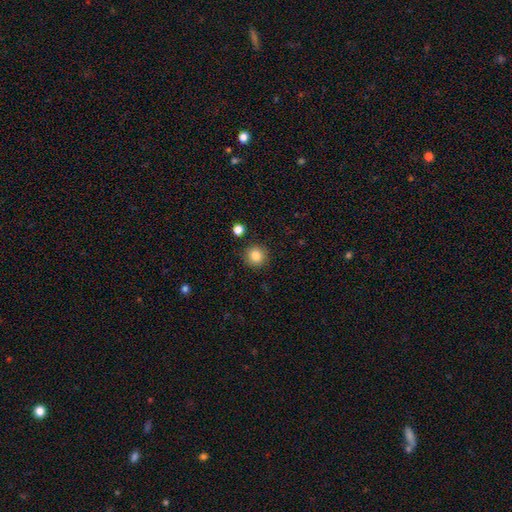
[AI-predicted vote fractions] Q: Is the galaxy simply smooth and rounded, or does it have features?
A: smooth — 83%.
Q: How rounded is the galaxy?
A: round — 93%.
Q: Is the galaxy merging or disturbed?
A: none — 90%.